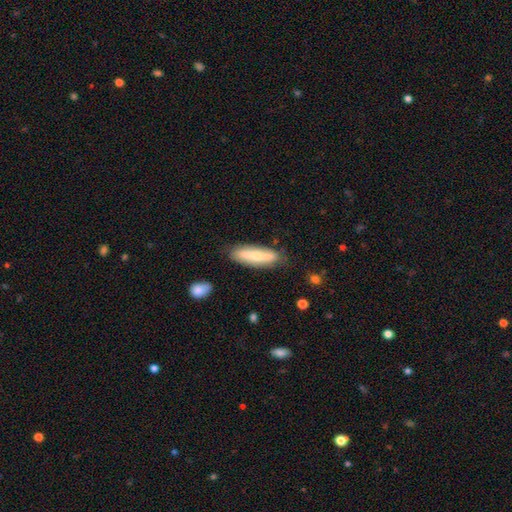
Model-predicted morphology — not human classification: Smooth or featured?
  - smooth: 63% *
  - featured or disk: 31%
  - star or artifact: 6%
How rounded?
  - cigar-shaped: 66% *
  - in between: 32%
  - round: 2%
Merging?
  - none: 82% *
  - minor disturbance: 13%
  - major disturbance: 3%
  - merger: 2%